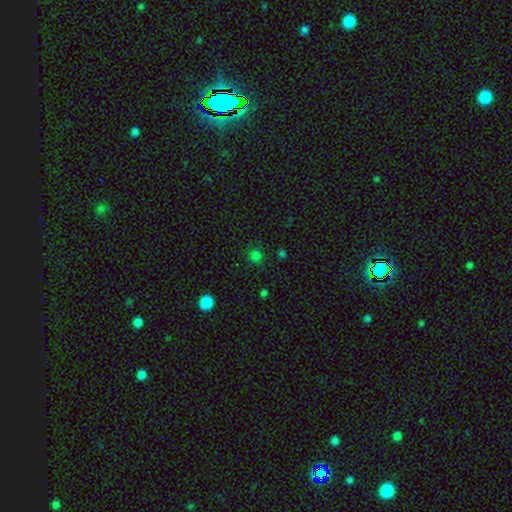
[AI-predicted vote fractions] Smooth or featured? smooth (76%)
How rounded? round (85%)
Merging? none (83%)